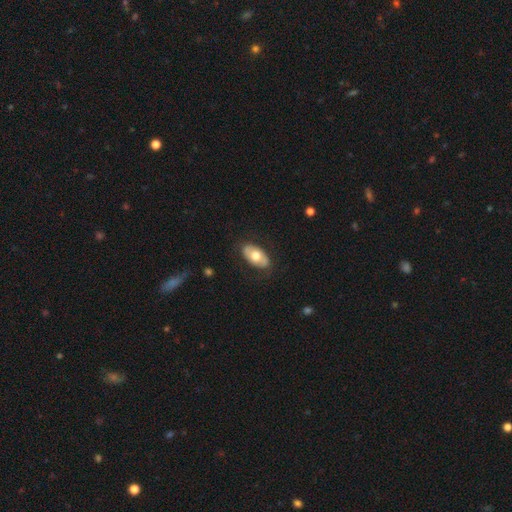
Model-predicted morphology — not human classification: Overall: smooth (60%; featured or disk 35%). How rounded: in between (93%). Merging: none (82%).